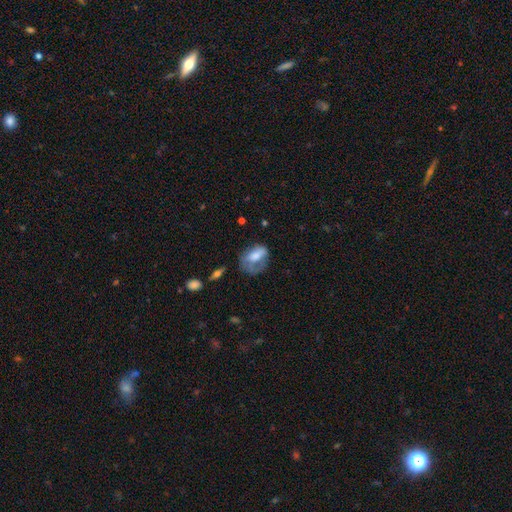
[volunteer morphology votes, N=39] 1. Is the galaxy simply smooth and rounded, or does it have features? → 62% smooth, 36% featured or disk, 3% star or artifact.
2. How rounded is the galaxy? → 79% in between, 21% round, 0% cigar-shaped.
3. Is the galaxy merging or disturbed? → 39% major disturbance, 37% none, 24% minor disturbance, 0% merger.